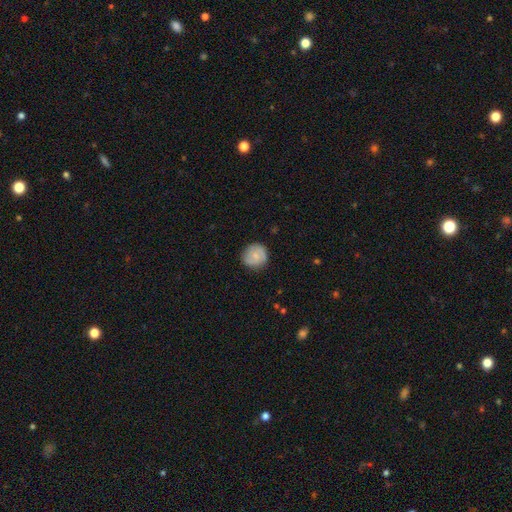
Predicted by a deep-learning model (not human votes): Q: Smooth or featured?
A: smooth (66%); runner-up: featured or disk (27%)
Q: How rounded?
A: round (89%); runner-up: in between (10%)
Q: Merging?
A: none (81%); runner-up: minor disturbance (15%)